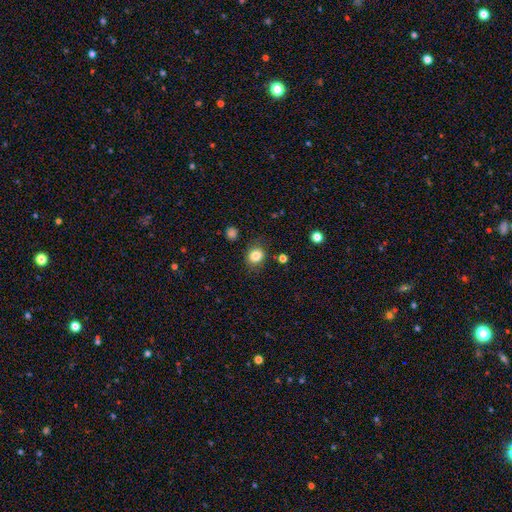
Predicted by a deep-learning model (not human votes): Overall: smooth (83%). How rounded: round (65%; in between 34%). Merging: none (80%).